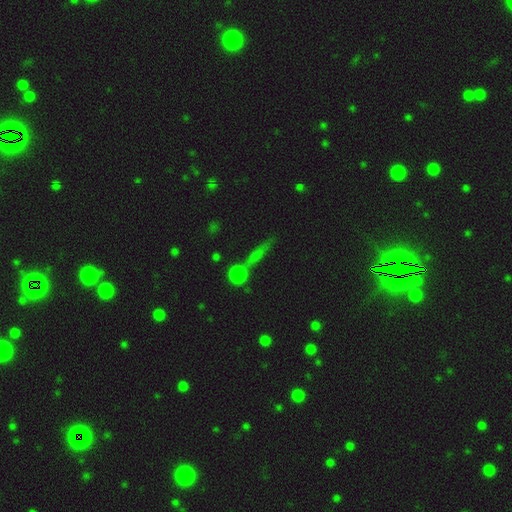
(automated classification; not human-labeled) Overall: smooth (62%). How rounded: cigar-shaped (52%; round 28%). Merging: none (64%).